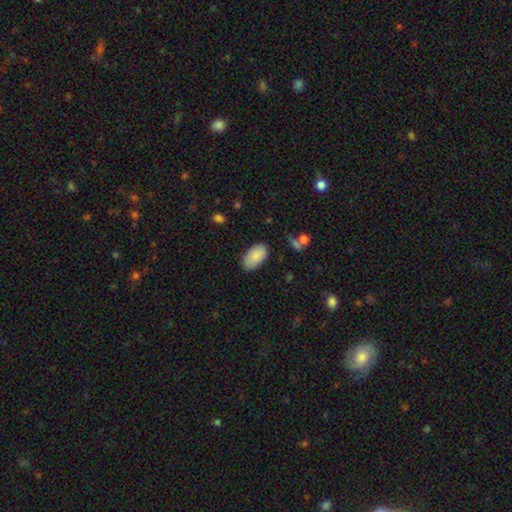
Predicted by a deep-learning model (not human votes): Smooth or featured?
  - smooth: 85% *
  - featured or disk: 9%
  - star or artifact: 6%
How rounded?
  - in between: 95% *
  - round: 3%
  - cigar-shaped: 2%
Merging?
  - none: 82% *
  - minor disturbance: 14%
  - major disturbance: 3%
  - merger: 1%